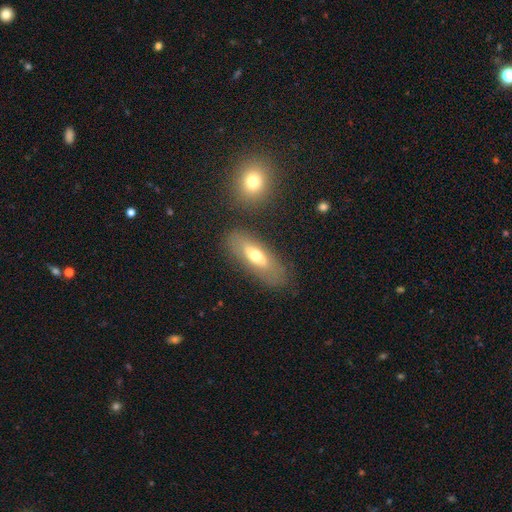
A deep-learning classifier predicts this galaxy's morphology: Smooth or featured? Predicted: smooth (p=0.55). How rounded? Predicted: in between (p=0.70). Merging? Predicted: none (p=0.77).